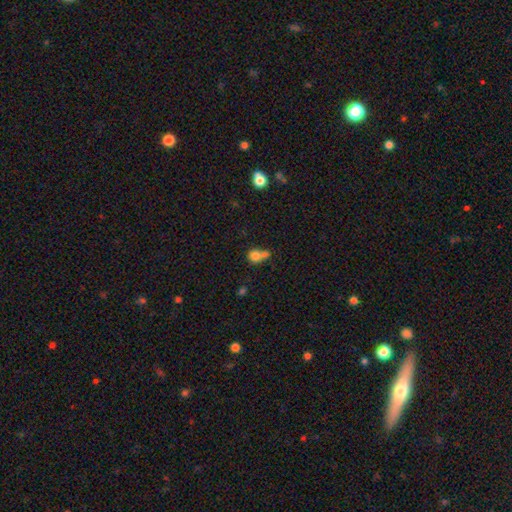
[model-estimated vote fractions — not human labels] Q: Smooth or featured?
A: smooth (77%); runner-up: featured or disk (12%)
Q: How rounded?
A: round (78%); runner-up: in between (21%)
Q: Merging?
A: merger (52%); runner-up: none (32%)